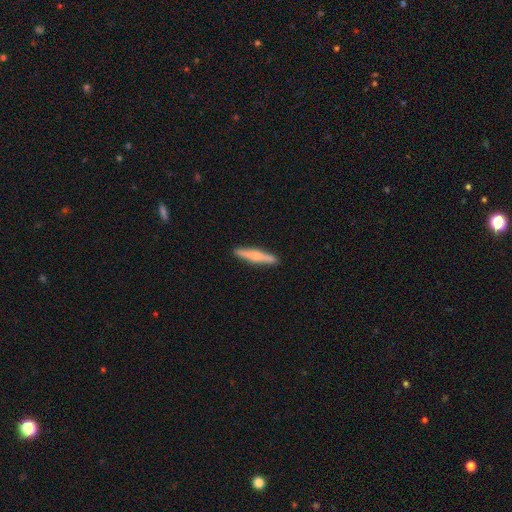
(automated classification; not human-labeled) smooth 59%, featured or disk 36%, star or artifact 5%. Down the decision tree: how rounded — cigar-shaped (91%); merging — none (91%).